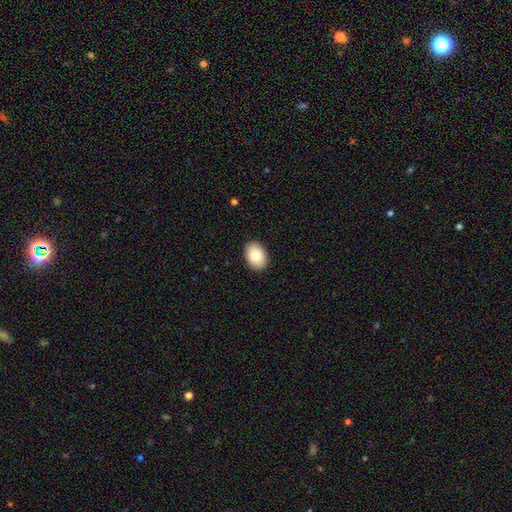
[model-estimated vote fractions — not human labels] This is clearly a smooth galaxy (81%). How rounded: clearly in between (81%). Merging: clearly none (90%).